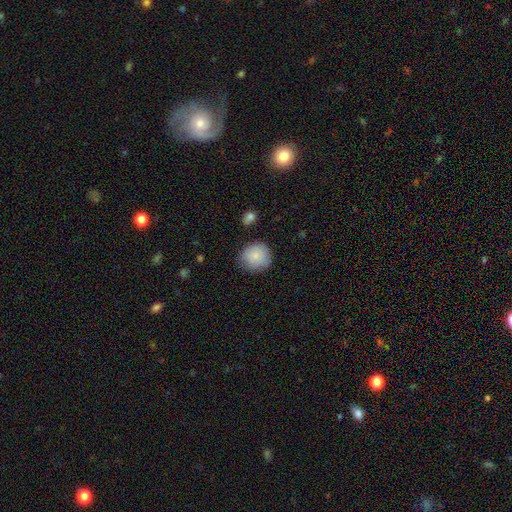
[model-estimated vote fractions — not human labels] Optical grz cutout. It shows a smooth galaxy with no disk features (86%) that is round (85%). Merging: none (78%).